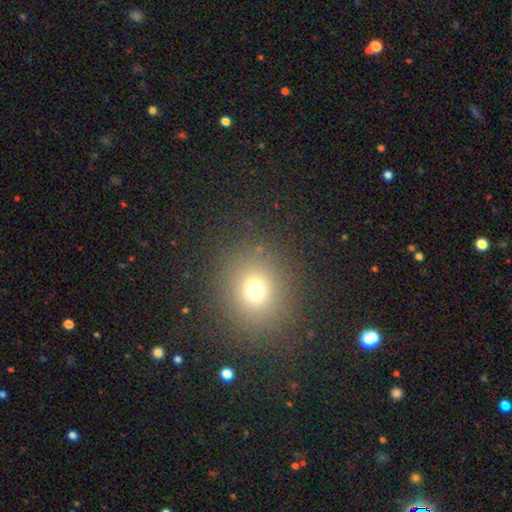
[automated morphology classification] Smooth or featured?
  - smooth: 65% *
  - star or artifact: 27%
  - featured or disk: 8%
How rounded?
  - round: 78% *
  - in between: 20%
  - cigar-shaped: 1%
Merging?
  - none: 90% *
  - minor disturbance: 6%
  - major disturbance: 3%
  - merger: 1%